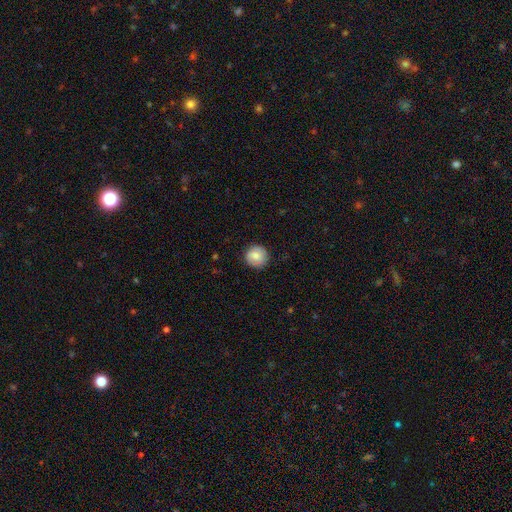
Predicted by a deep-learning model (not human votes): Smooth or featured? Predicted: smooth (p=0.82). How rounded? Predicted: round (p=0.93). Merging? Predicted: none (p=0.87).